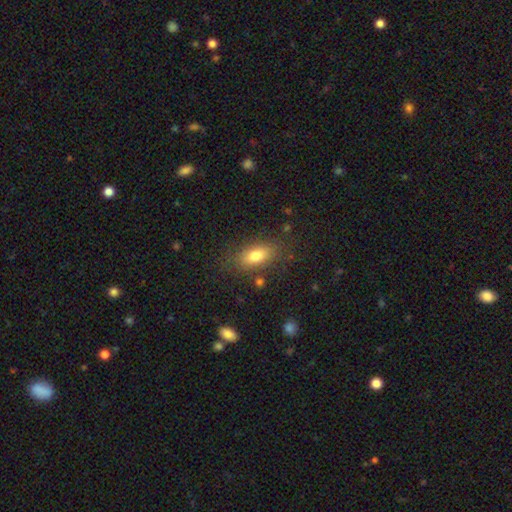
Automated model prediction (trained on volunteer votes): Smooth or featured: smooth — 79% (featured or disk — 13%)
How rounded: in between — 85% (cigar-shaped — 10%)
Merging: none — 80% (minor disturbance — 13%)